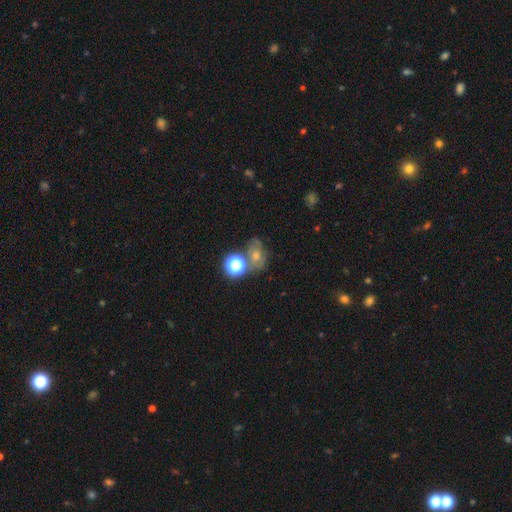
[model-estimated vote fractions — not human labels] smooth 40%, star or artifact 39%, featured or disk 21%. Down the decision tree: merging — none (61%).